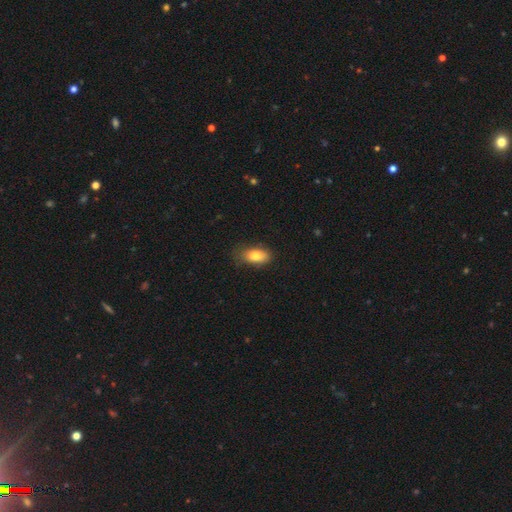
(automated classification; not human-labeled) Overall: smooth (81%). How rounded: in between (89%). Merging: none (74%).